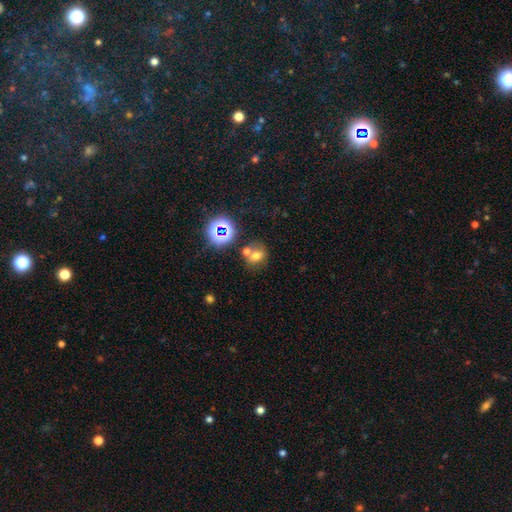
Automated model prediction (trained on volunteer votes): This appears to be a smooth galaxy with no disk features (63%) that is round (58%). Merging: none (51%).